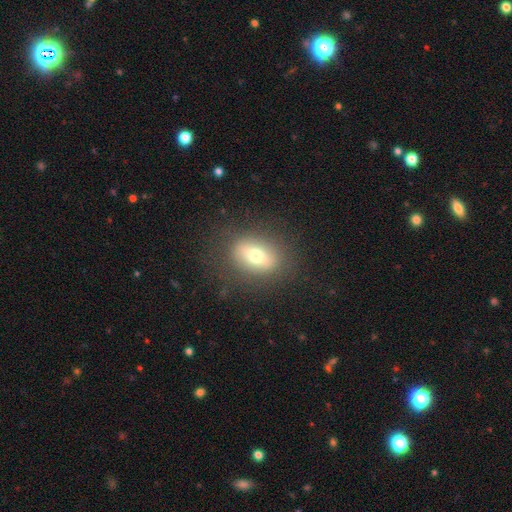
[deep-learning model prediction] Smooth or featured? smooth (63%)
How rounded? in between (67%)
Merging? none (82%)